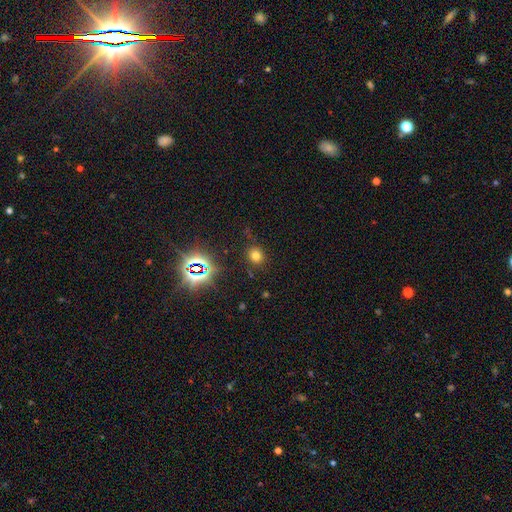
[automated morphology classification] Q: Smooth or featured?
A: smooth (69%); runner-up: star or artifact (24%)
Q: How rounded?
A: round (82%); runner-up: in between (17%)
Q: Merging?
A: none (85%); runner-up: minor disturbance (9%)